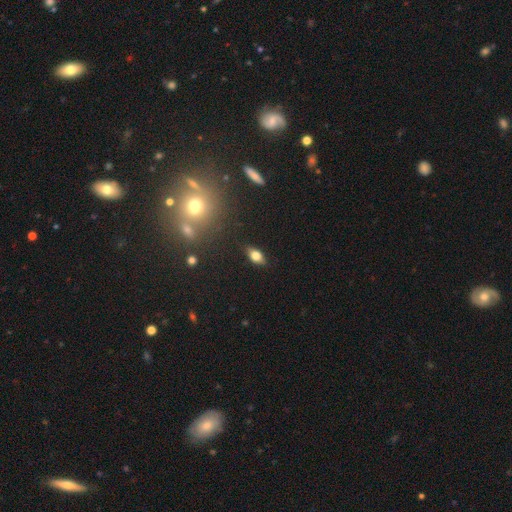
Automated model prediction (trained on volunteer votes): Smooth or featured? smooth (71%)
How rounded? in between (85%)
Merging? none (85%)